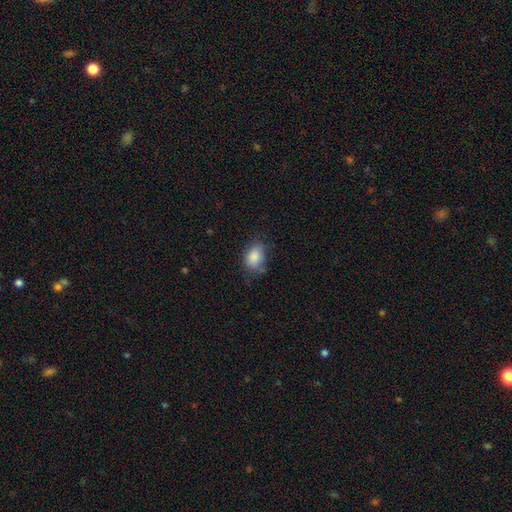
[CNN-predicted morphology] A smooth galaxy with no disk features (85%) that is in between round and cigar-shaped (79%). Merging: none (66%).